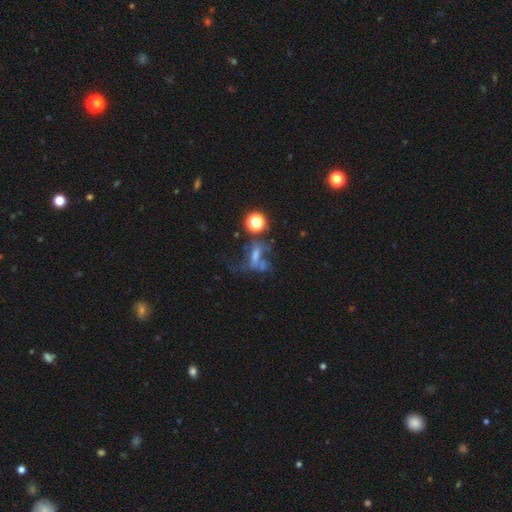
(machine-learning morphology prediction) A featured or disk galaxy (38%). Merging: major disturbance (39%).